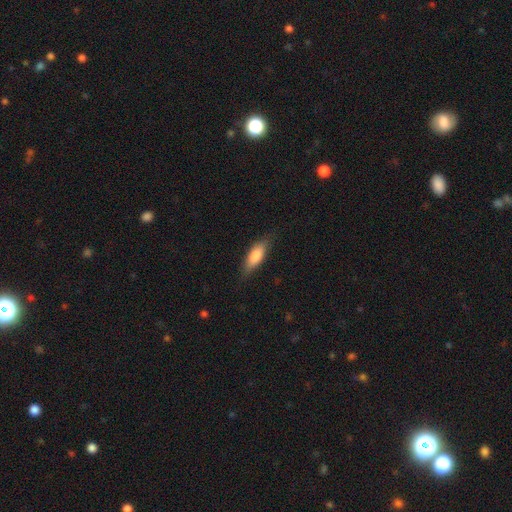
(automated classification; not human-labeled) smooth 78%, featured or disk 16%, star or artifact 6%. Down the decision tree: how rounded — in between (65%); merging — none (78%).